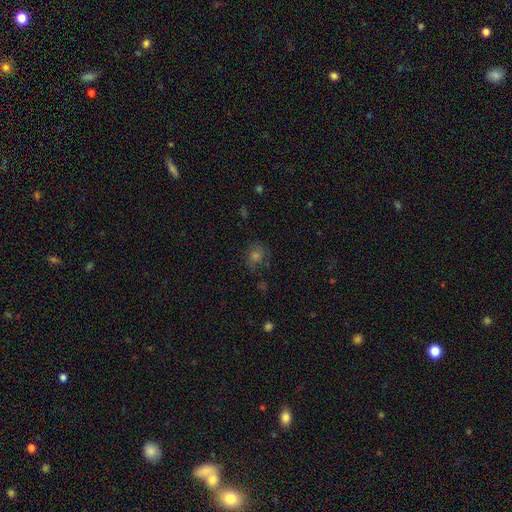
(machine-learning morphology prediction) Overall: smooth (56%; star or artifact 29%). How rounded: round (70%). Merging: none (75%).